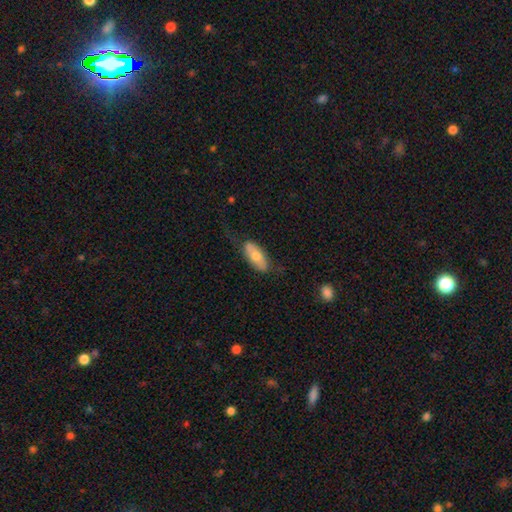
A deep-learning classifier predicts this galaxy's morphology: Smooth or featured? Predicted: smooth (p=0.63). How rounded? Predicted: in between (p=0.80). Merging? Predicted: none (p=0.64).